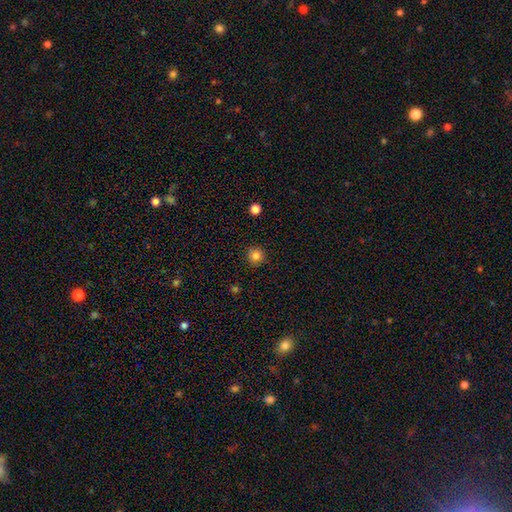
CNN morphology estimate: Overall: smooth (82%). How rounded: round (91%). Merging: none (87%).